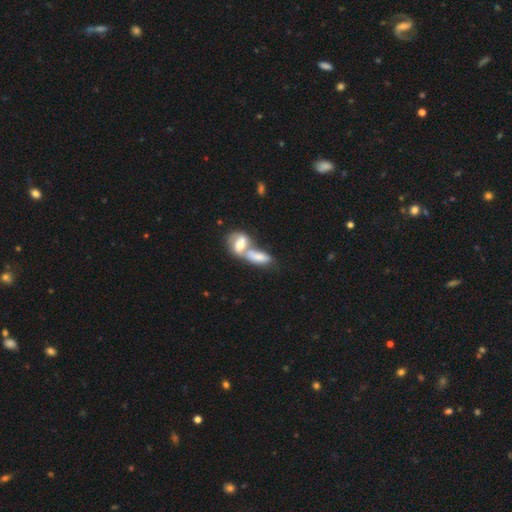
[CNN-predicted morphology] smooth_or_featured: smooth (p=0.58) [alt: featured or disk p=0.32]
how_rounded: in between (p=0.76) [alt: cigar-shaped p=0.15]
merging: merger (p=0.72) [alt: none p=0.17]